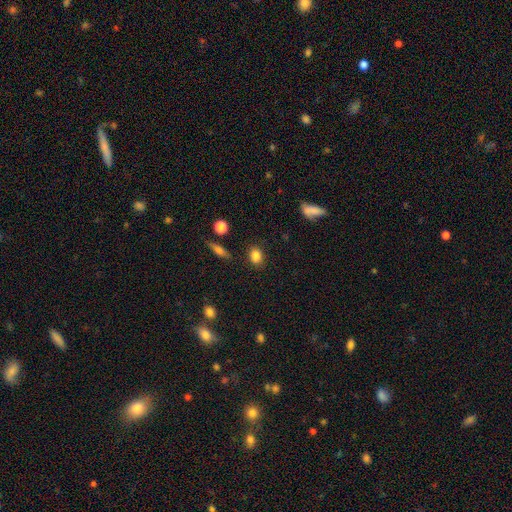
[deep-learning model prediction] Q: Smooth or featured?
A: smooth (84%); runner-up: star or artifact (10%)
Q: How rounded?
A: in between (59%); runner-up: round (39%)
Q: Merging?
A: none (85%); runner-up: minor disturbance (10%)